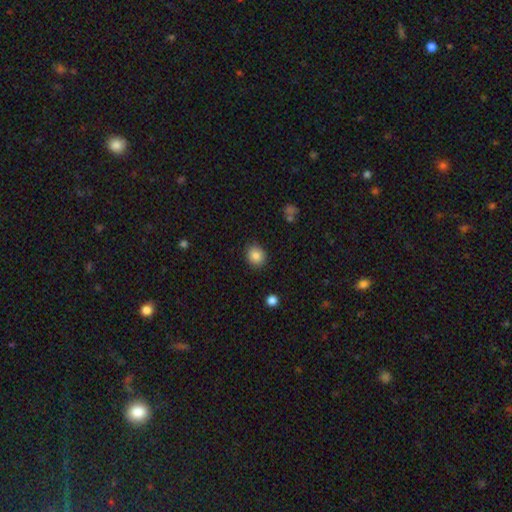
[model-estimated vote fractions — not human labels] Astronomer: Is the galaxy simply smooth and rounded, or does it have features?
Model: smooth — 85%.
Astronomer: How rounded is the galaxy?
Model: round — 75%.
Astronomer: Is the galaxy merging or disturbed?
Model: none — 88%.